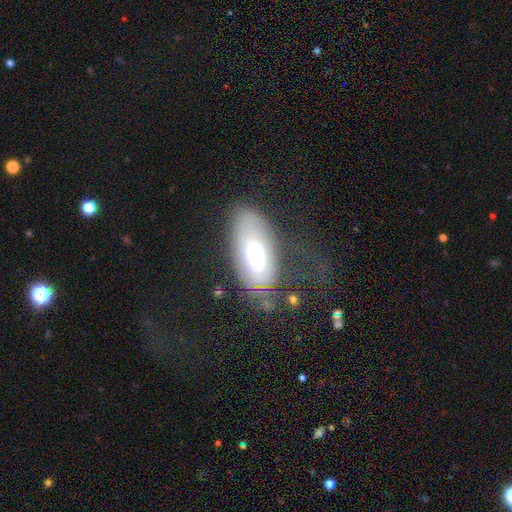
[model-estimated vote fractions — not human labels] smooth-or-featured: smooth: 57% | featured or disk: 32% | star or artifact: 11%
  how-rounded: in between: 88% | round: 7% | cigar-shaped: 5%
  merging: none: 52% | major disturbance: 22% | minor disturbance: 22% | merger: 3%